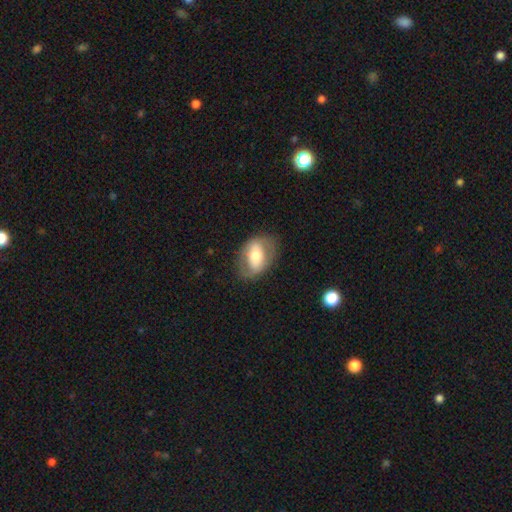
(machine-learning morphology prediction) Q: Smooth or featured?
A: featured or disk (47%); runner-up: smooth (46%)
Q: Merging?
A: none (76%); runner-up: minor disturbance (15%)